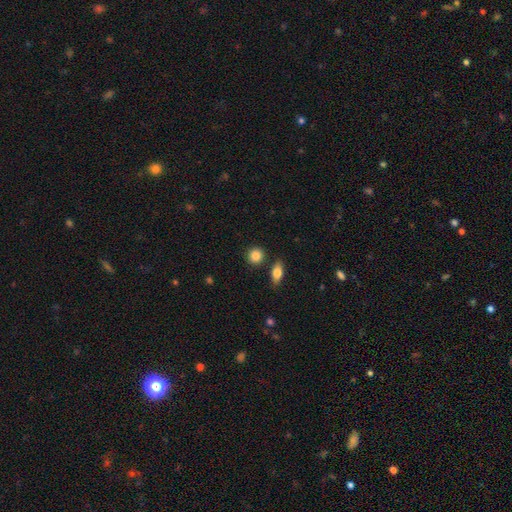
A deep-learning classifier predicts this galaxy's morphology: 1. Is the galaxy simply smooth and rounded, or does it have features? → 85% smooth, 8% star or artifact, 6% featured or disk.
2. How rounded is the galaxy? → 83% round, 15% in between, 2% cigar-shaped.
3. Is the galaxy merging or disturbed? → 84% none, 8% minor disturbance, 6% merger, 2% major disturbance.